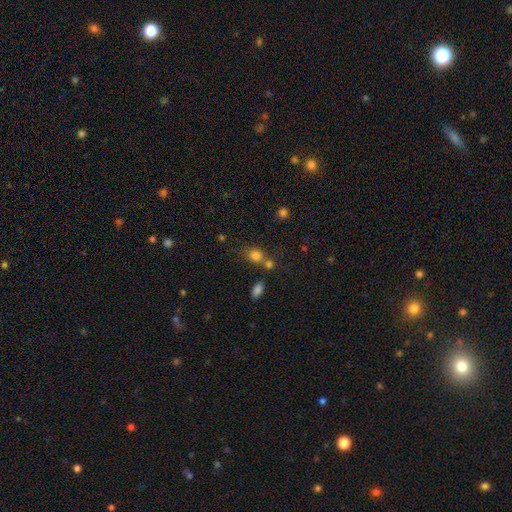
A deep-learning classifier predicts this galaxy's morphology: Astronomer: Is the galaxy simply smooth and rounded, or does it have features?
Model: smooth — 79%.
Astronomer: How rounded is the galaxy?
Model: round — 55% (runner-up: in between, 43%).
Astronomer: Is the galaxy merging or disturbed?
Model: none — 53% (runner-up: merger, 31%).